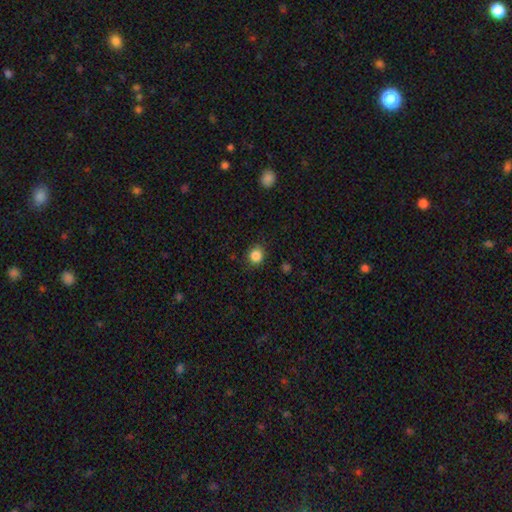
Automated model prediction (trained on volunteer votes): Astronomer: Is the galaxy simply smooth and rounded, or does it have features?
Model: smooth — 86%.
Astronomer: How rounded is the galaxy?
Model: round — 85%.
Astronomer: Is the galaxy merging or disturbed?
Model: none — 87%.